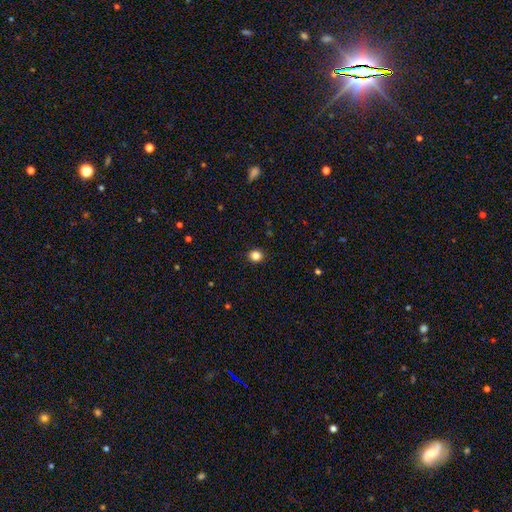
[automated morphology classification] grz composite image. It shows a smooth galaxy with no disk features (84%) that is round (87%). Merging: none (92%).